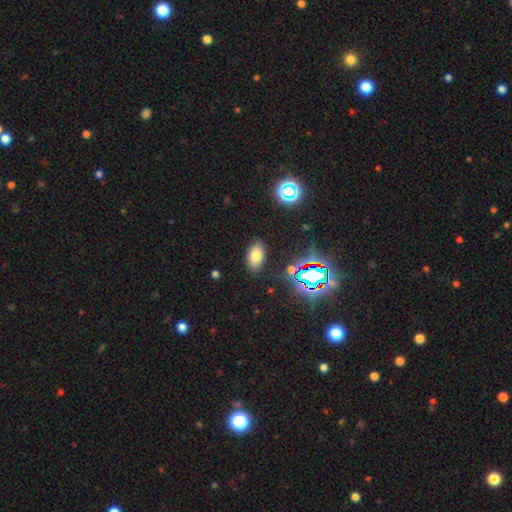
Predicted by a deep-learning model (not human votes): This is likely a smooth galaxy (73%). How rounded: clearly in between (91%). Merging: clearly none (85%).